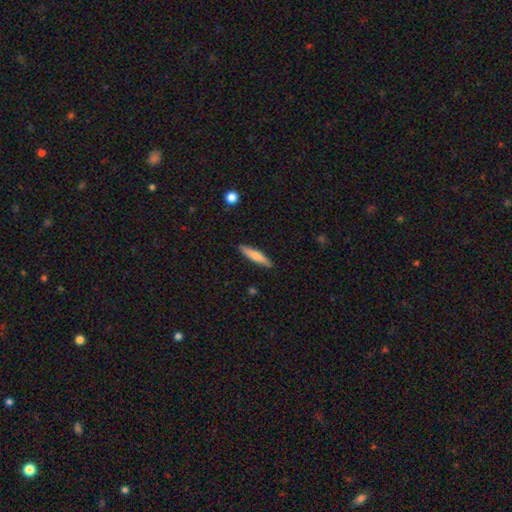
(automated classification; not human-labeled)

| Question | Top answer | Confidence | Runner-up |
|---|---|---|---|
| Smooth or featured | smooth | 67% | featured or disk (28%) |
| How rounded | cigar-shaped | 86% | in between (13%) |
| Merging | none | 89% | minor disturbance (8%) |